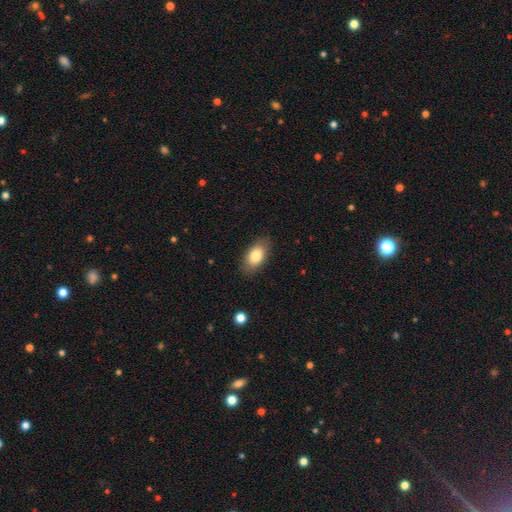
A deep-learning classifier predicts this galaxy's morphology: smooth_or_featured: smooth (p=0.81) [alt: featured or disk p=0.12]
how_rounded: in between (p=0.91) [alt: round p=0.05]
merging: none (p=0.84) [alt: minor disturbance p=0.12]